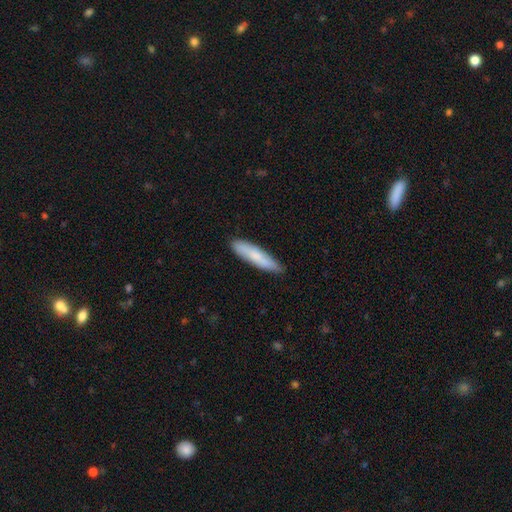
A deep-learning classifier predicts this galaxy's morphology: This appears to be a smooth galaxy with no disk features (74%) that is cigar-shaped (80%). Merging: none (85%).